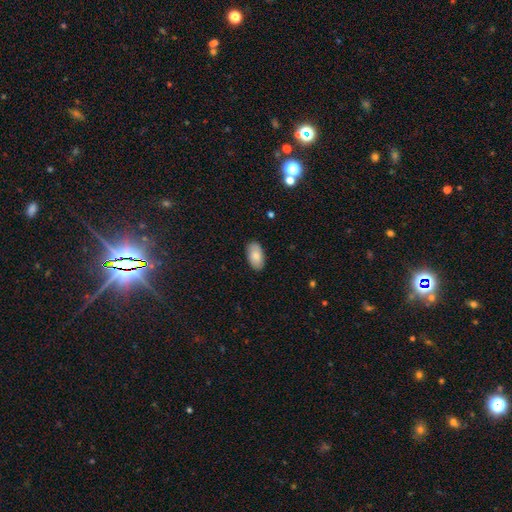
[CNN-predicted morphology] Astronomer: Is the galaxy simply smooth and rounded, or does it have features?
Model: smooth — 85%.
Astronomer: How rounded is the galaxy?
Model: in between — 95%.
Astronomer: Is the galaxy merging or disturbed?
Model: none — 88%.